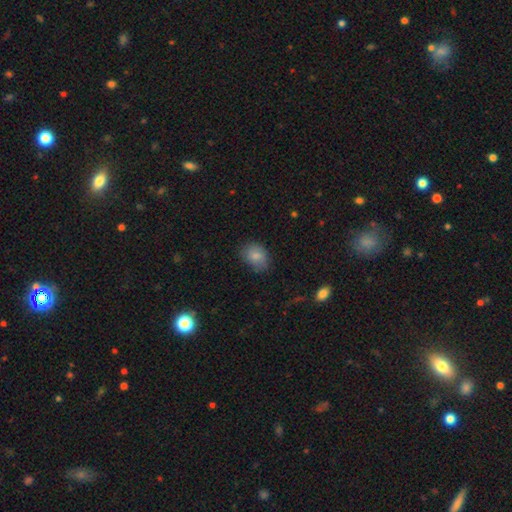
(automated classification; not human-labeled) Smooth or featured?
  - smooth: 82% *
  - featured or disk: 10%
  - star or artifact: 9%
How rounded?
  - in between: 65% *
  - round: 34%
  - cigar-shaped: 1%
Merging?
  - none: 70% *
  - minor disturbance: 23%
  - major disturbance: 5%
  - merger: 1%